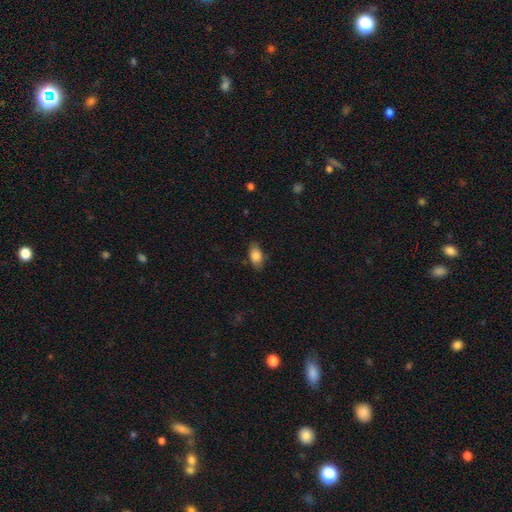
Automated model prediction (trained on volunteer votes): The model was most divided on "merging": none: 80%, minor disturbance: 15%, major disturbance: 4%, merger: 1%. More confident: how rounded — in between (89%); smooth or featured — smooth (84%).